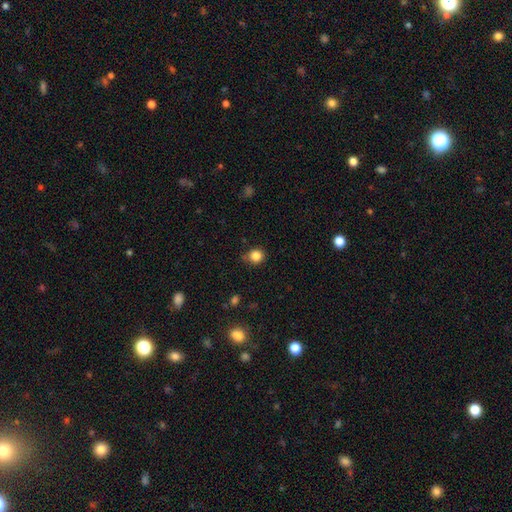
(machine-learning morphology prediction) The model was most divided on "merging": none: 74%, minor disturbance: 20%, major disturbance: 4%, merger: 2%. More confident: how rounded — round (85%); smooth or featured — smooth (84%).